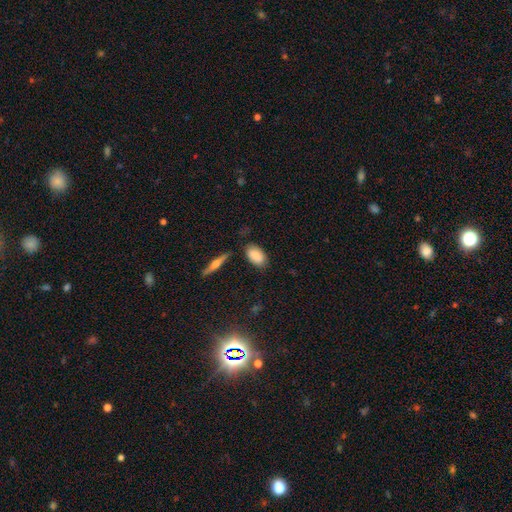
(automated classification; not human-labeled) Smooth or featured? Predicted: smooth (p=0.82). How rounded? Predicted: in between (p=0.92). Merging? Predicted: none (p=0.76).